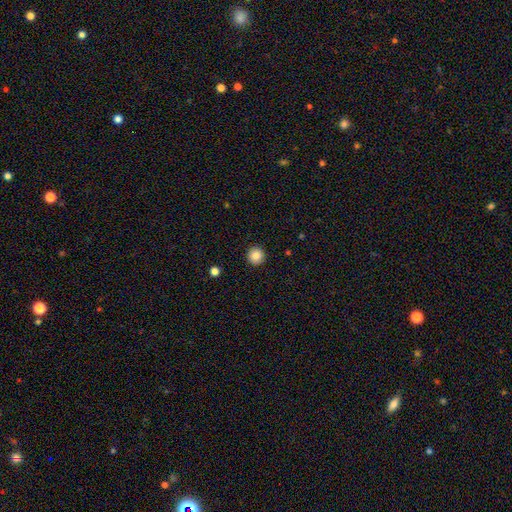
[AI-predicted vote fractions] smooth 86%, star or artifact 9%, featured or disk 5%. Down the decision tree: how rounded — round (96%); merging — none (93%).